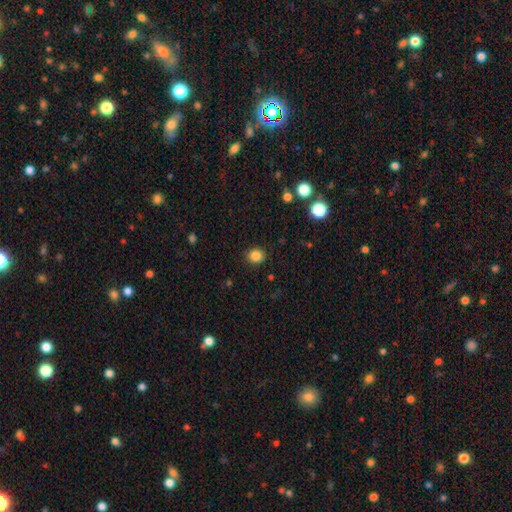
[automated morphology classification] Smooth or featured? Predicted: smooth (p=0.84). How rounded? Predicted: round (p=0.73). Merging? Predicted: none (p=0.89).